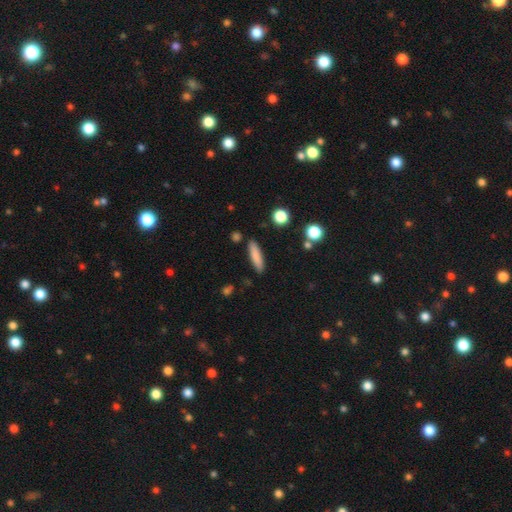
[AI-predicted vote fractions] Smooth or featured: smooth — 82% (featured or disk — 11%)
How rounded: cigar-shaped — 80% (in between — 18%)
Merging: none — 87% (minor disturbance — 8%)